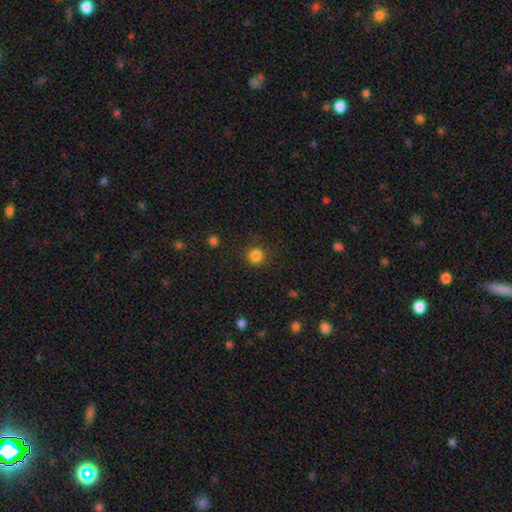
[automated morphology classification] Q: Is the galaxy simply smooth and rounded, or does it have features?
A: smooth — 83%.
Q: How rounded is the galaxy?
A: round — 95%.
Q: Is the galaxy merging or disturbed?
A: none — 89%.